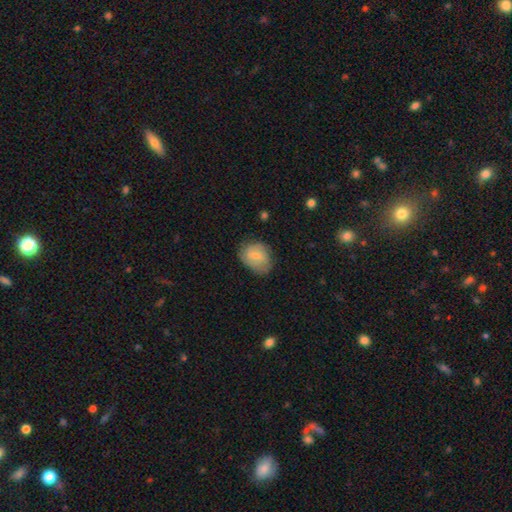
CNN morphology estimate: Smooth or featured: smooth — 66% (featured or disk — 26%)
How rounded: in between — 62% (round — 37%)
Merging: none — 64% (minor disturbance — 26%)